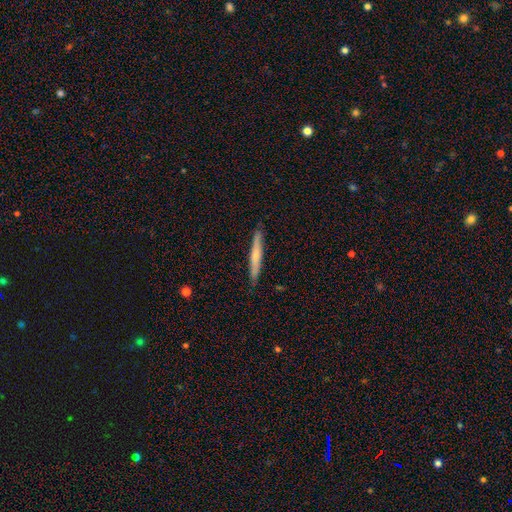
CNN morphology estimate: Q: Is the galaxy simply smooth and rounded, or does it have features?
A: smooth — 59%.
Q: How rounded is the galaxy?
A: cigar-shaped — 96%.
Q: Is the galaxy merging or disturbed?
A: none — 89%.